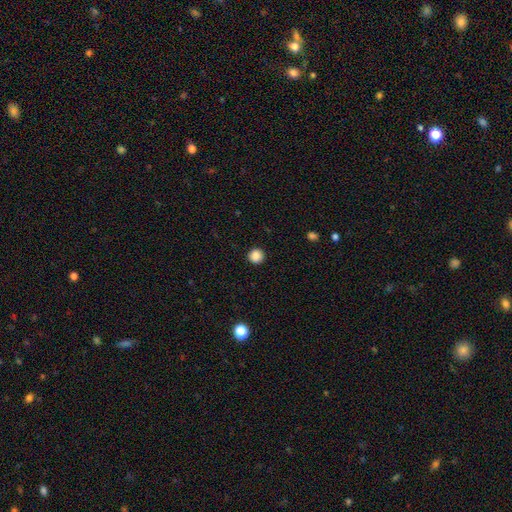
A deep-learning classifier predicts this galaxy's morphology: This appears to be a smooth galaxy with no disk features (87%) that is round (95%). Merging: none (93%).